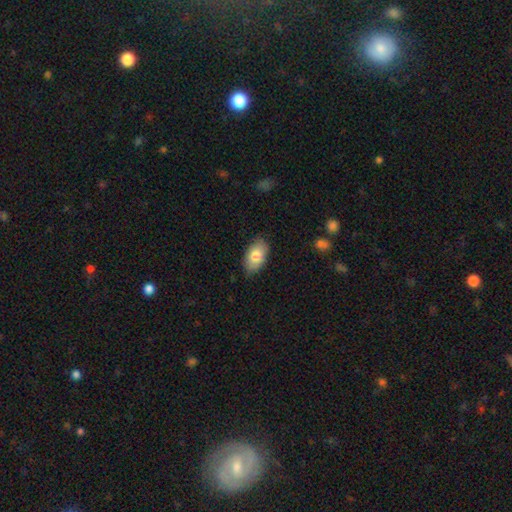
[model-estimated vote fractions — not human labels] Smooth or featured? smooth (82%)
How rounded? in between (93%)
Merging? none (81%)